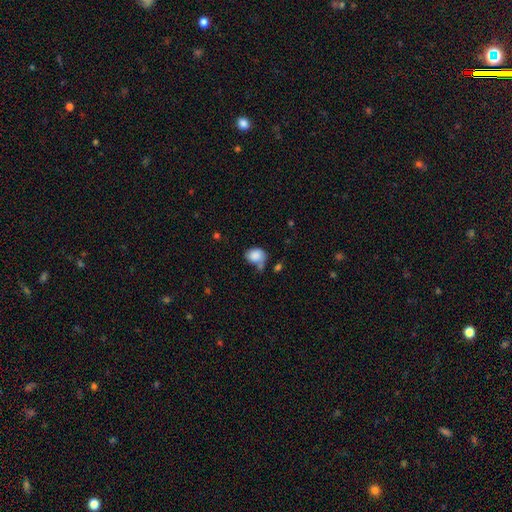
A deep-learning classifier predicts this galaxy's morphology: smooth_or_featured: smooth (p=0.83) [alt: star or artifact p=0.08]
how_rounded: in between (p=0.57) [alt: round p=0.42]
merging: none (p=0.42) [alt: minor disturbance p=0.27]